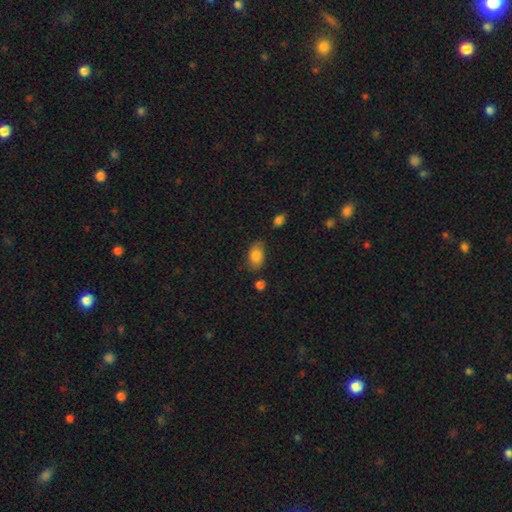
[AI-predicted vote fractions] This is clearly a smooth galaxy (85%). How rounded: clearly in between (88%). Merging: likely none (74%).